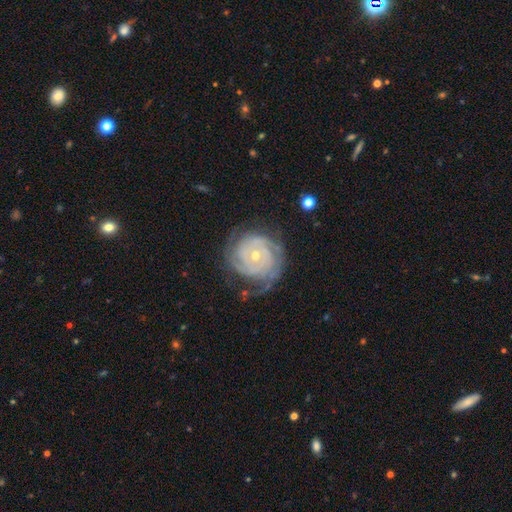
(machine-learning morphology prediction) This is clearly a featured or disk galaxy (86%). It is clearly not viewed edge-on (97%). Bar: likely no (75%). Spiral arm pattern: clearly yes (96%). Spiral arm count: marginally can't tell (28%). Spiral winding: likely tight (79%). Central bulge: possibly small (58%). Merging: likely none (67%).